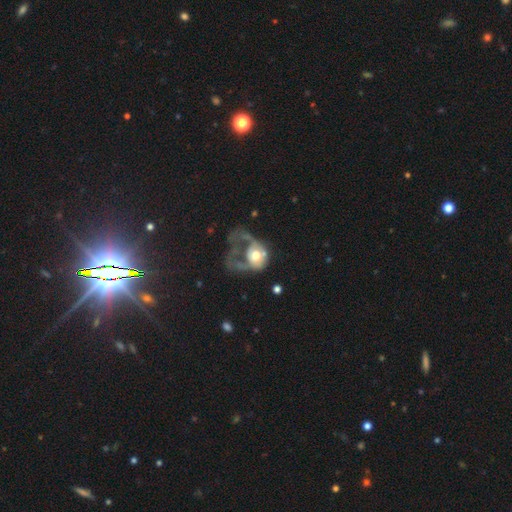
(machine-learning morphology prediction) The model was most divided on "smooth or featured": featured or disk: 49%, smooth: 43%, star or artifact: 8%. More confident: merging — major disturbance (68%).